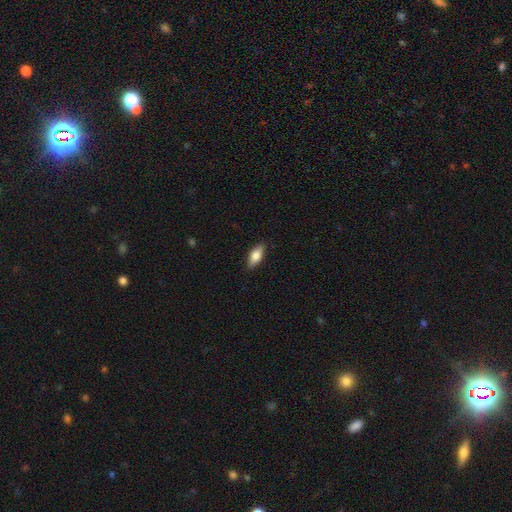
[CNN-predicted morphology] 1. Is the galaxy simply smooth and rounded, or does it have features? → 71% smooth, 22% featured or disk, 7% star or artifact.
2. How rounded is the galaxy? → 76% in between, 21% cigar-shaped, 3% round.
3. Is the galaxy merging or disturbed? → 87% none, 10% minor disturbance, 2% major disturbance, 1% merger.